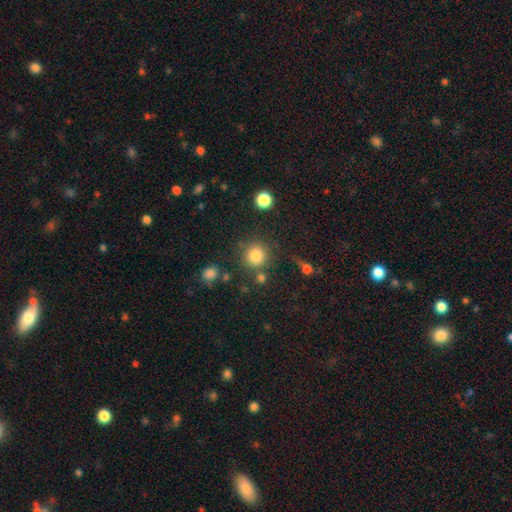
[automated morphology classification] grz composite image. It shows a smooth galaxy with no disk features (82%) that is round (92%). Merging: none (79%).